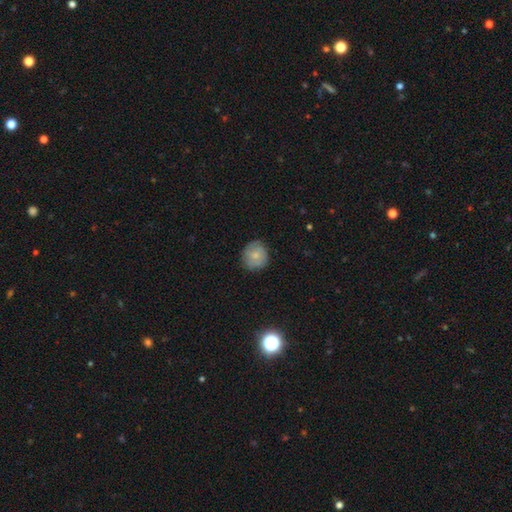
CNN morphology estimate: smooth_or_featured: smooth (p=0.70) [alt: featured or disk p=0.22]
how_rounded: round (p=0.87) [alt: in between p=0.12]
merging: none (p=0.79) [alt: minor disturbance p=0.17]